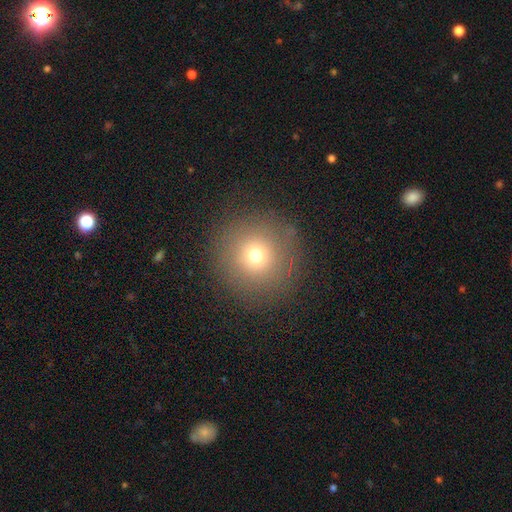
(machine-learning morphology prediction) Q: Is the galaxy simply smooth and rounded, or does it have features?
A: smooth — 70%.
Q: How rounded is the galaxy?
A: round — 95%.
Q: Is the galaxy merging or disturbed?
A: none — 87%.